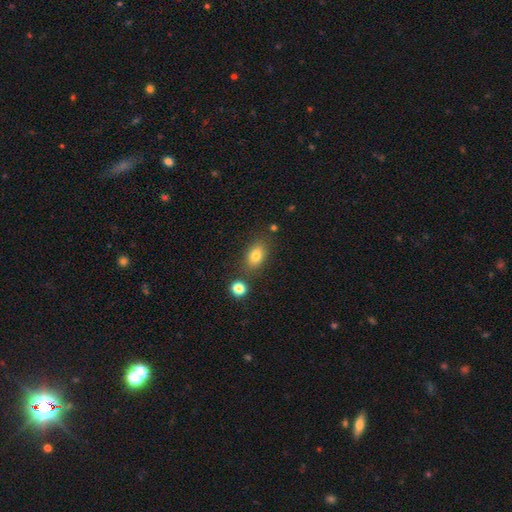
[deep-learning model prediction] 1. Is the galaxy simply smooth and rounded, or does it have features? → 81% smooth, 10% star or artifact, 9% featured or disk.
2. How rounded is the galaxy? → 82% in between, 16% round, 2% cigar-shaped.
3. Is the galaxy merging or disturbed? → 76% none, 13% minor disturbance, 8% merger, 4% major disturbance.